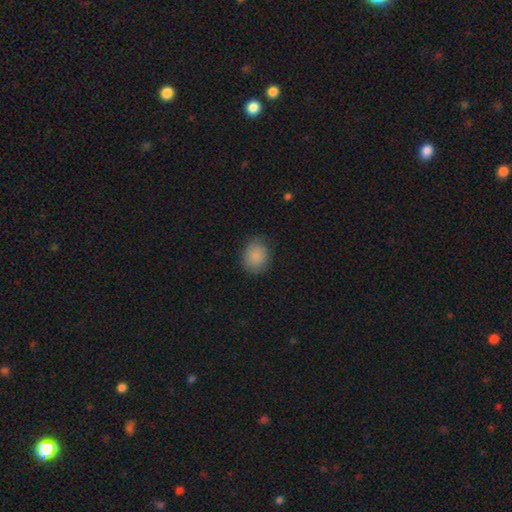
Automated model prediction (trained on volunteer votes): smooth-or-featured: smooth: 87% | star or artifact: 8% | featured or disk: 5%
  how-rounded: round: 65% | in between: 34% | cigar-shaped: 1%
  merging: none: 78% | minor disturbance: 17% | major disturbance: 4% | merger: 1%